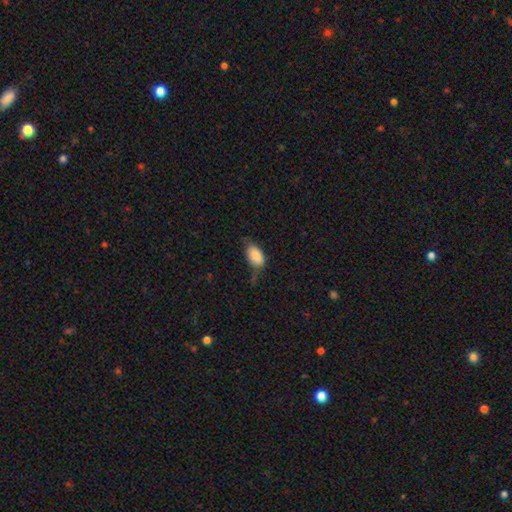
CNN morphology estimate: This appears to be a smooth galaxy with no disk features (86%) that is in between round and cigar-shaped (94%). Merging: none (50%).